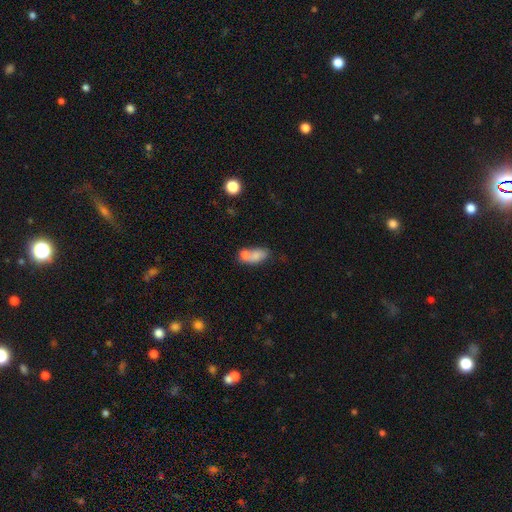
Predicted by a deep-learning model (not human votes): smooth_or_featured: smooth (p=0.72) [alt: featured or disk p=0.19]
how_rounded: in between (p=0.77) [alt: round p=0.17]
merging: merger (p=0.57) [alt: none p=0.26]